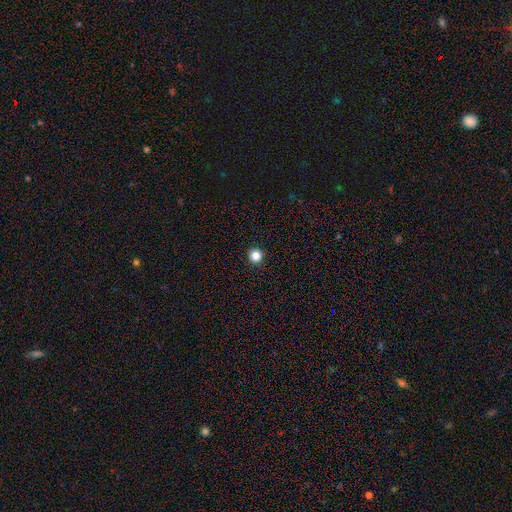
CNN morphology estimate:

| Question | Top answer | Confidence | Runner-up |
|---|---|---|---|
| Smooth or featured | smooth | 85% | star or artifact (12%) |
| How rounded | round | 96% | in between (3%) |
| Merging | none | 94% | minor disturbance (3%) |